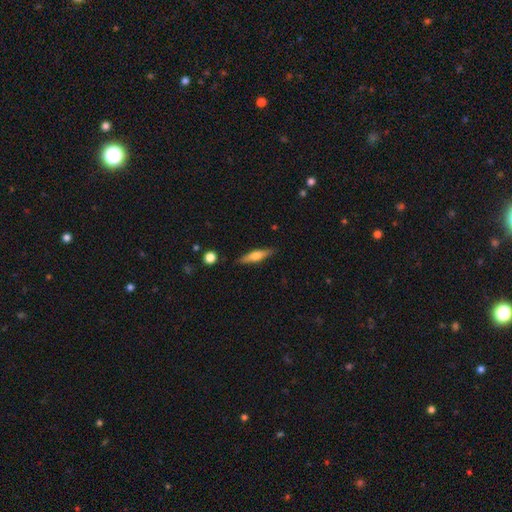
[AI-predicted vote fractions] A smooth galaxy with no disk features (50%) that is cigar-shaped (77%). Merging: none (86%).